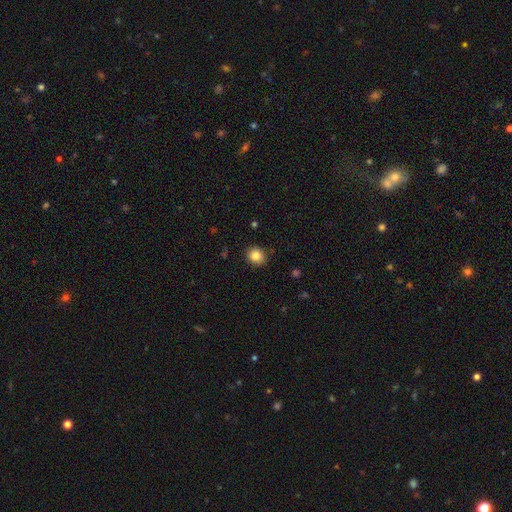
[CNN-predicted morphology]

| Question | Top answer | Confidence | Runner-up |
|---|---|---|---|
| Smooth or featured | smooth | 84% | star or artifact (10%) |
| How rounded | round | 82% | in between (17%) |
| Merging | none | 89% | minor disturbance (8%) |